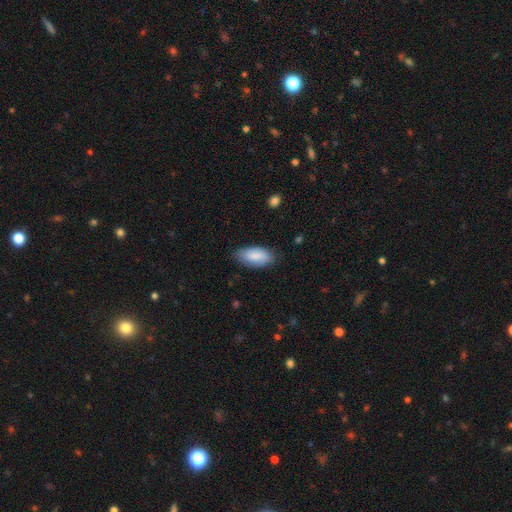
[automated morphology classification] Smooth or featured? Predicted: smooth (p=0.84). How rounded? Predicted: in between (p=0.92). Merging? Predicted: none (p=0.76).